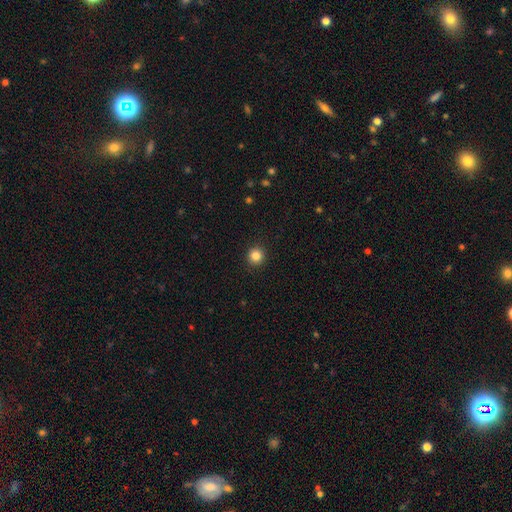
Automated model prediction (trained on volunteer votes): Smooth or featured: smooth — 85% (star or artifact — 11%)
How rounded: round — 94% (in between — 5%)
Merging: none — 93% (minor disturbance — 5%)